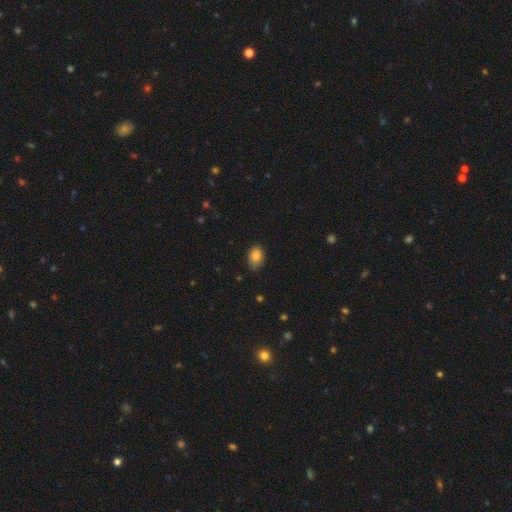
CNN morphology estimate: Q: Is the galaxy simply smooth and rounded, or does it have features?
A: smooth — 82%.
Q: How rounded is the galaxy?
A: in between — 81%.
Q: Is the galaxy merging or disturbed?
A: none — 74%.